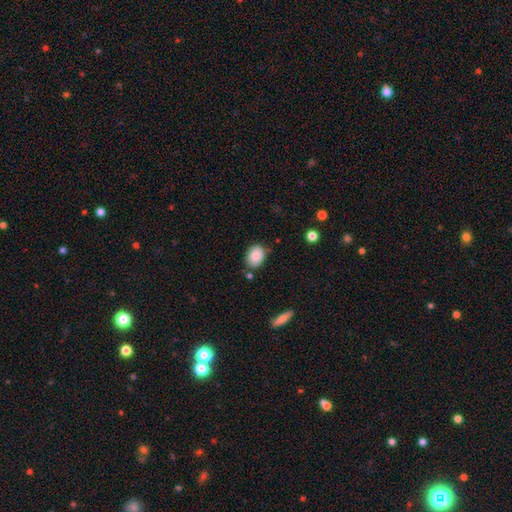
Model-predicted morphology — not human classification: Smooth or featured: smooth — 86% (star or artifact — 8%)
How rounded: in between — 65% (round — 33%)
Merging: none — 77% (minor disturbance — 15%)